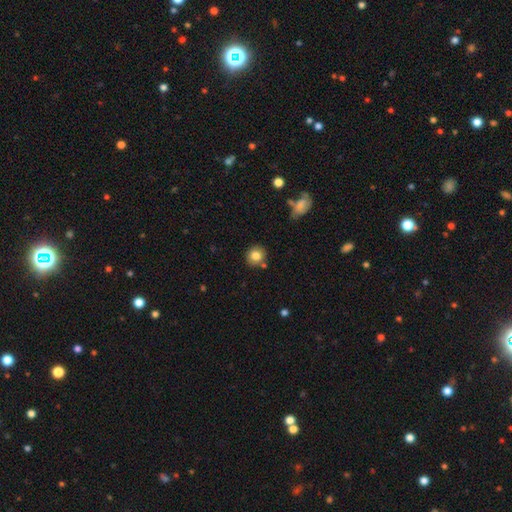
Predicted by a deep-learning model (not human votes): The model was most divided on "merging": none: 81%, minor disturbance: 10%, merger: 6%, major disturbance: 2%. More confident: how rounded — round (87%); smooth or featured — smooth (82%).